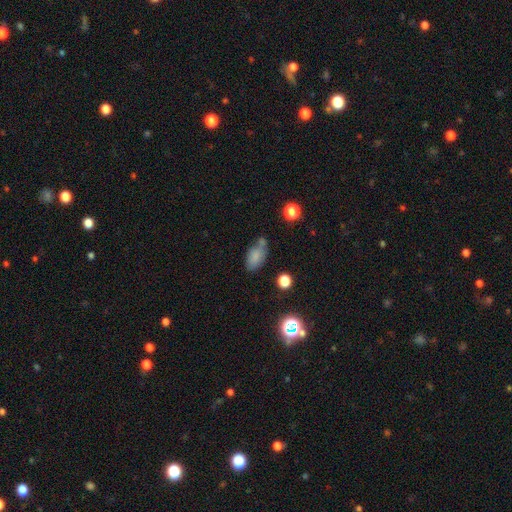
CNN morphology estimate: The model was most divided on "merging": none: 50%, minor disturbance: 24%, merger: 19%, major disturbance: 8%. More confident: how rounded — in between (90%); smooth or featured — smooth (78%).